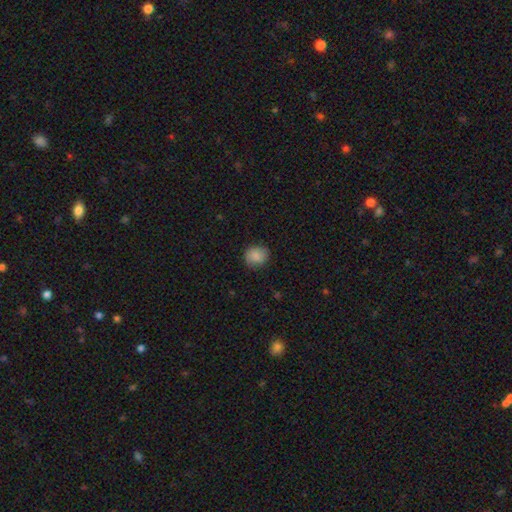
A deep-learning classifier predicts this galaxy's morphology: The model was most divided on "how rounded": round: 73%, in between: 26%, cigar-shaped: 1%. More confident: smooth or featured — smooth (86%); merging — none (84%).